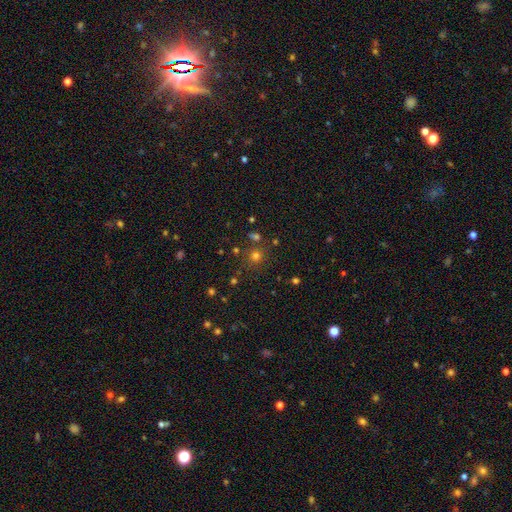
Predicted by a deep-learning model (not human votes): The model was most divided on "smooth or featured": smooth: 69%, star or artifact: 24%, featured or disk: 7%. More confident: how rounded — round (90%); merging — none (79%).